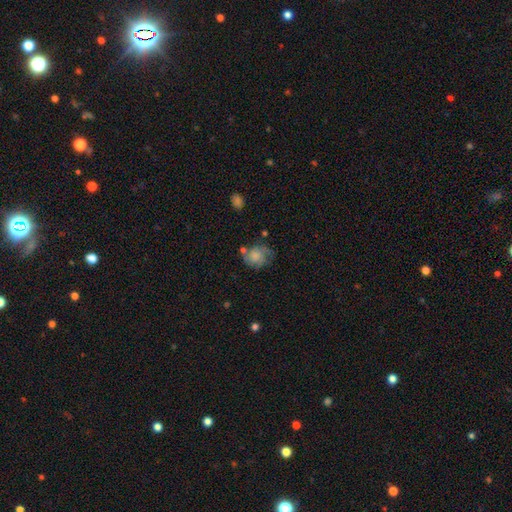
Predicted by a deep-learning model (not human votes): This is possibly a smooth galaxy (48%). Merging: possibly none (46%).